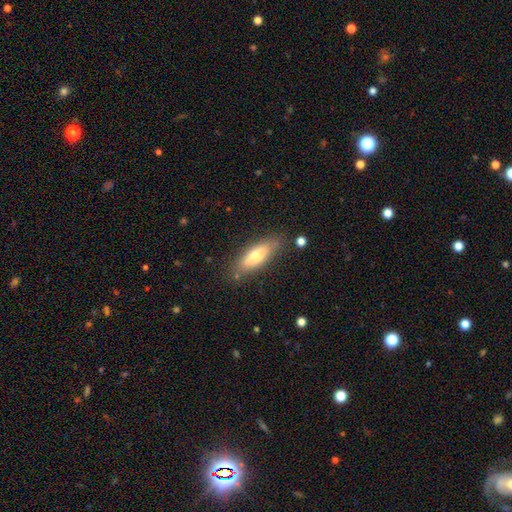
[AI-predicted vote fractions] Smooth or featured? smooth (64%)
How rounded? in between (56%)
Merging? none (79%)